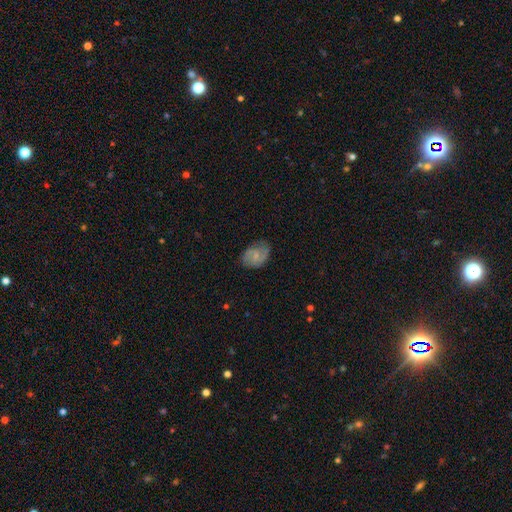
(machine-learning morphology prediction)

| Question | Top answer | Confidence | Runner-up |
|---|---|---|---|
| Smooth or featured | smooth | 51% | featured or disk (41%) |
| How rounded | in between | 77% | round (22%) |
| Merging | none | 64% | minor disturbance (27%) |